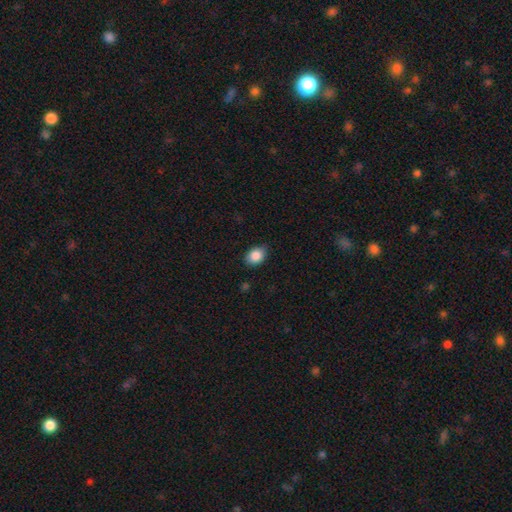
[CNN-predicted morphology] Smooth or featured: smooth — 87% (star or artifact — 8%)
How rounded: in between — 72% (round — 27%)
Merging: none — 81% (minor disturbance — 15%)